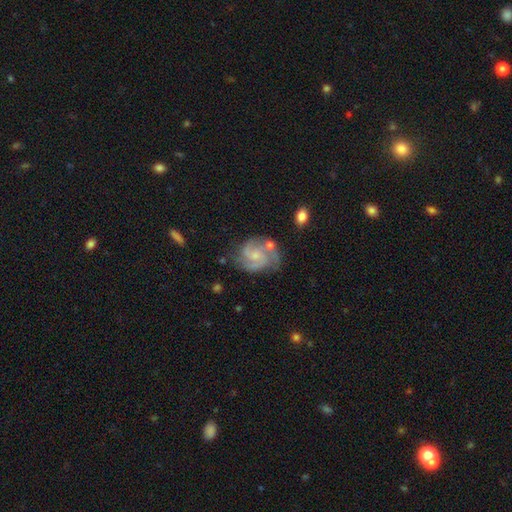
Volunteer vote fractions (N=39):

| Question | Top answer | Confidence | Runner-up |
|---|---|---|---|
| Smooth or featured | featured or disk | 82% | smooth (15%) |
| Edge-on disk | no | 100% | — |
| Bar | no | 88% | weak (12%) |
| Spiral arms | yes | 97% | no (3%) |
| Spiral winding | medium | 55% | tight (39%) |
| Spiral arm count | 3 | 77% | 2 (16%) |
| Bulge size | small | 50% | moderate (38%) |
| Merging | none | 68% | minor disturbance (16%) |